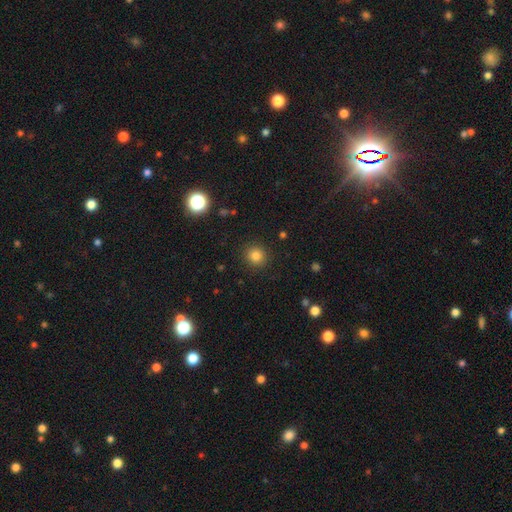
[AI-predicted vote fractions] The model was most divided on "smooth or featured": smooth: 82%, star or artifact: 13%, featured or disk: 5%. More confident: how rounded — round (92%); merging — none (91%).